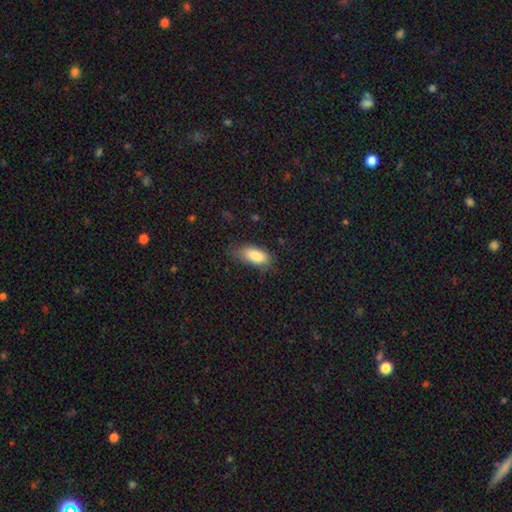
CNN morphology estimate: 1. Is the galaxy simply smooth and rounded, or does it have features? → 85% smooth, 8% featured or disk, 7% star or artifact.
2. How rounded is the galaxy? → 87% in between, 10% cigar-shaped, 3% round.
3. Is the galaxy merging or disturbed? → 61% none, 28% minor disturbance, 9% major disturbance, 2% merger.